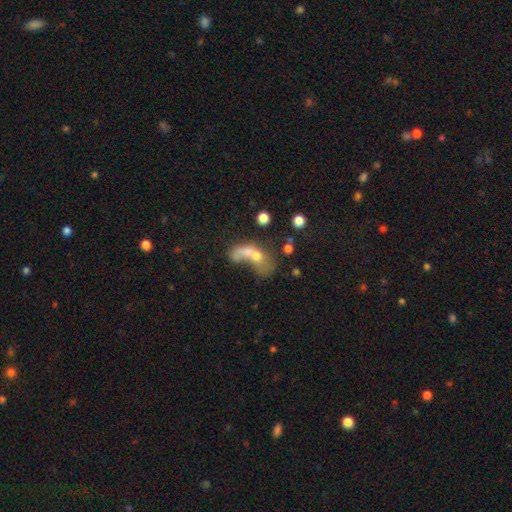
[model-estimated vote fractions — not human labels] smooth-or-featured: smooth: 41% | featured or disk: 40% | star or artifact: 20%
  merging: merger: 43% | major disturbance: 25% | none: 21% | minor disturbance: 11%